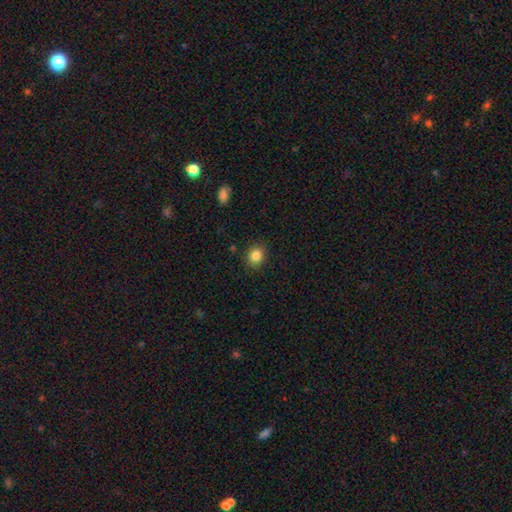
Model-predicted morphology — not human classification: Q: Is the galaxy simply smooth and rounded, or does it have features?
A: smooth — 86%.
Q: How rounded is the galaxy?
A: round — 62%.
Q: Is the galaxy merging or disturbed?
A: none — 87%.